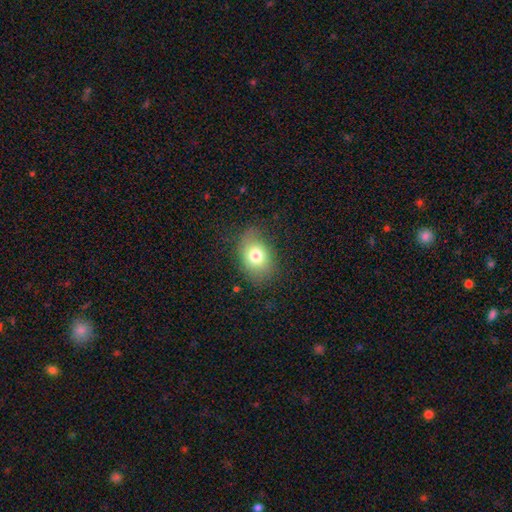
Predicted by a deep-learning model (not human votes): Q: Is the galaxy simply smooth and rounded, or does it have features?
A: smooth — 75%.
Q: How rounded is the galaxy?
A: in between — 75%.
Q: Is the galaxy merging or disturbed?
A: none — 71%.